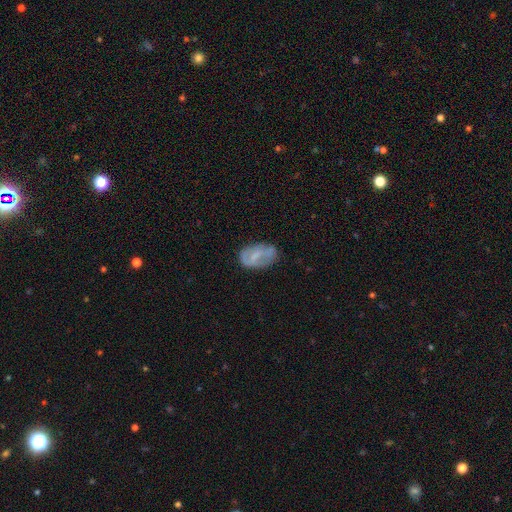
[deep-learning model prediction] Overall: smooth (46%, tied with featured or disk). Merging: none (57%; minor disturbance 28%).